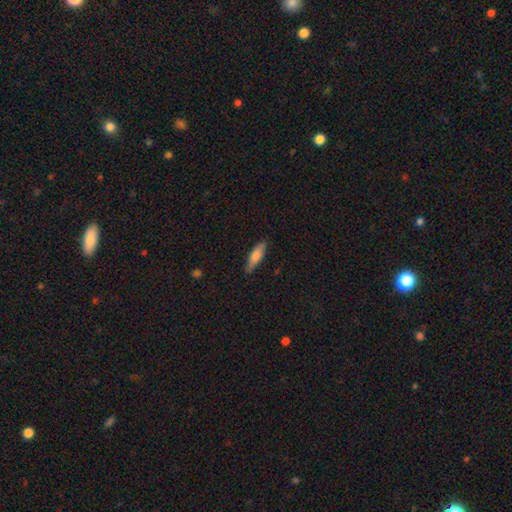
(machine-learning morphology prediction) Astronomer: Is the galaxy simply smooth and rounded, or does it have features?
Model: smooth — 73%.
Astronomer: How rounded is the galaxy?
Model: cigar-shaped — 62%.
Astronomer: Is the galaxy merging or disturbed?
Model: none — 84%.